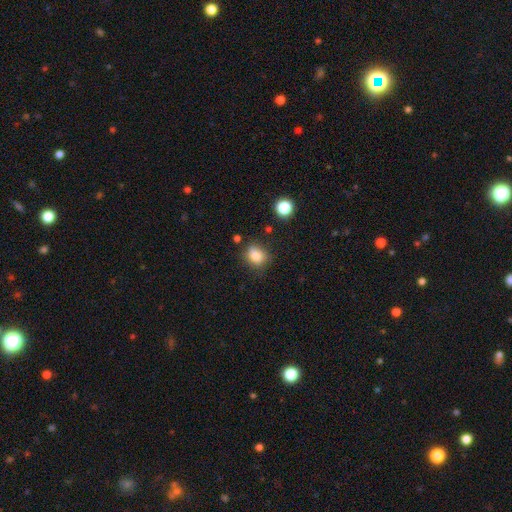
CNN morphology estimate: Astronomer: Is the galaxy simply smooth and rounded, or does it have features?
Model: smooth — 82%.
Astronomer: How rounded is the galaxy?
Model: round — 54% (runner-up: in between, 45%).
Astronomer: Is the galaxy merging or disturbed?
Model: none — 68%.